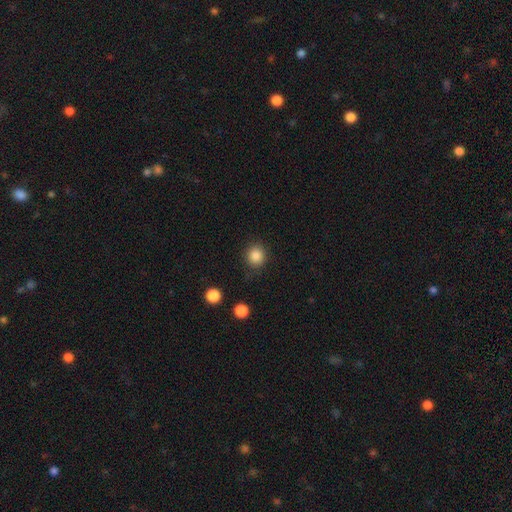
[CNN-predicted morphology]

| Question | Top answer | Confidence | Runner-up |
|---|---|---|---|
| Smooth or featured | smooth | 86% | star or artifact (10%) |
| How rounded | round | 88% | in between (11%) |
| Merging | none | 86% | minor disturbance (9%) |